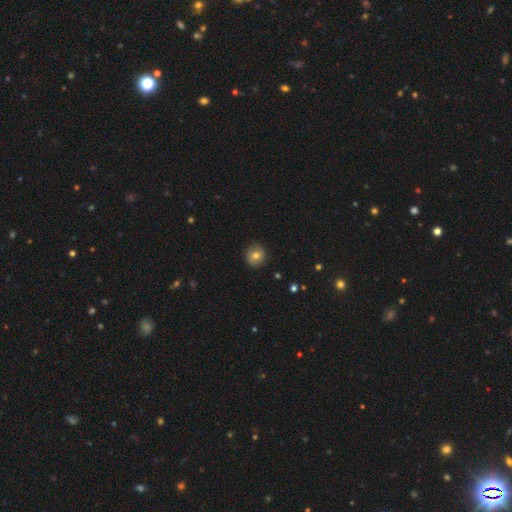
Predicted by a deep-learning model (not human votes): smooth_or_featured: smooth (p=0.73) [alt: featured or disk p=0.16]
how_rounded: round (p=0.88) [alt: in between p=0.11]
merging: none (p=0.86) [alt: minor disturbance p=0.11]